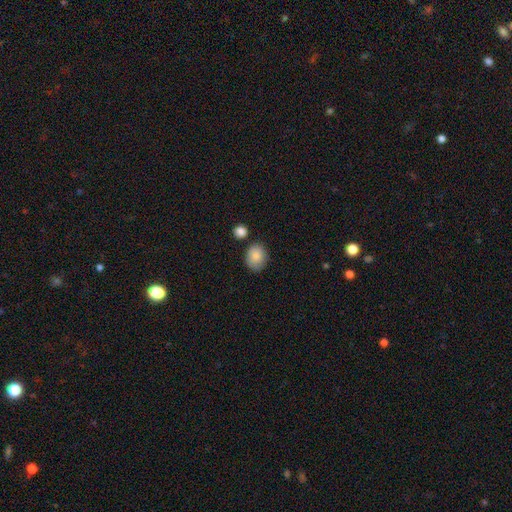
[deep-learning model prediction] Smooth or featured: smooth — 85% (featured or disk — 8%)
How rounded: in between — 50% (round — 49%)
Merging: none — 74% (minor disturbance — 16%)